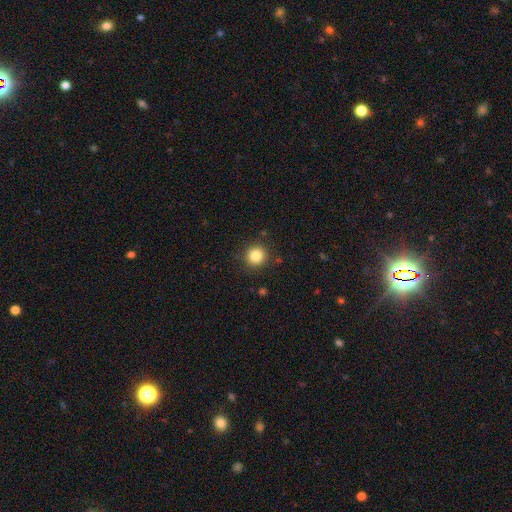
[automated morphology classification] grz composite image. It shows a smooth galaxy with no disk features (84%) that is round (93%). Merging: none (89%).